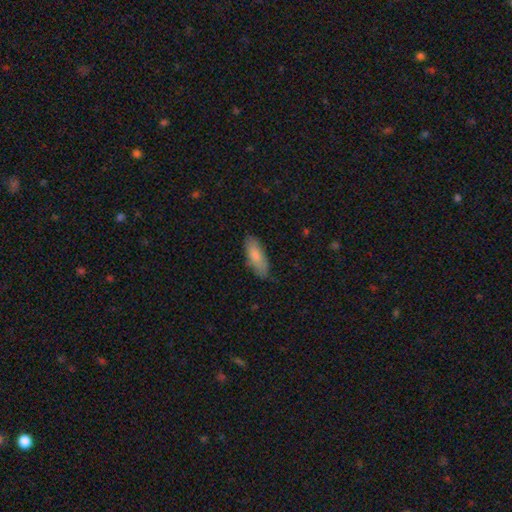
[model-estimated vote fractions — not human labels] Smooth or featured: smooth — 81% (featured or disk — 13%)
How rounded: in between — 69% (cigar-shaped — 29%)
Merging: none — 79% (minor disturbance — 17%)